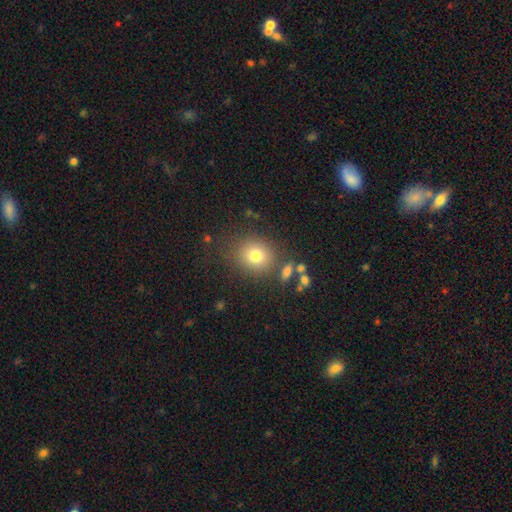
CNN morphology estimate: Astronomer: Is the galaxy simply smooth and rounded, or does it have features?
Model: smooth — 76%.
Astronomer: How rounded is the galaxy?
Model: round — 77%.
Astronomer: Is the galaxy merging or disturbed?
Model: none — 79%.